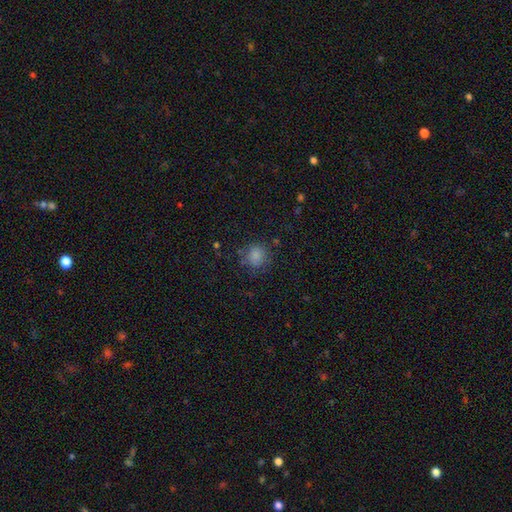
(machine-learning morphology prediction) Smooth or featured? Predicted: smooth (p=0.83). How rounded? Predicted: round (p=0.86). Merging? Predicted: none (p=0.78).